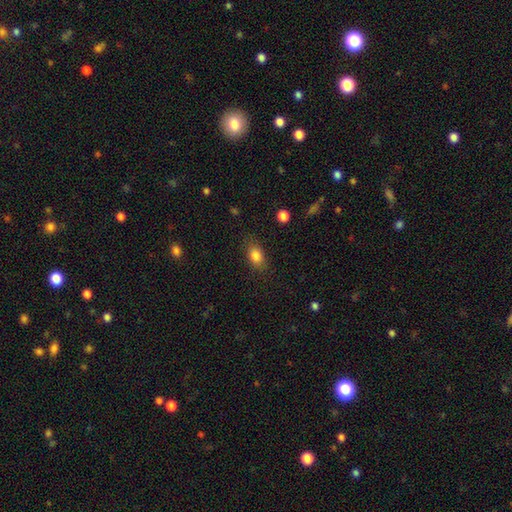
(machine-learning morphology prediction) This is clearly a smooth galaxy (84%). How rounded: clearly in between (81%). Merging: clearly none (81%).